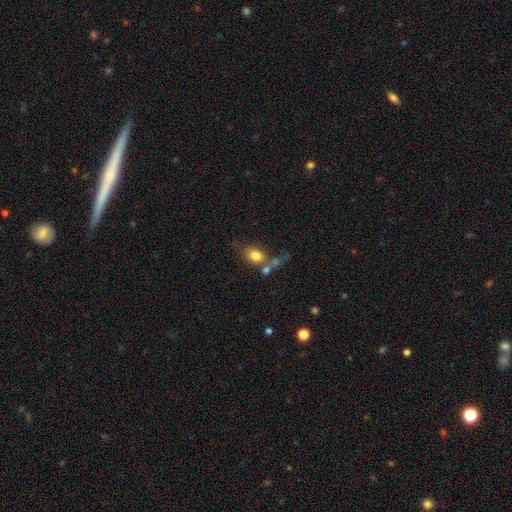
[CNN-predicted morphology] This appears to be a smooth galaxy with no disk features (78%) that is in between round and cigar-shaped (64%). Merging: none (41%).